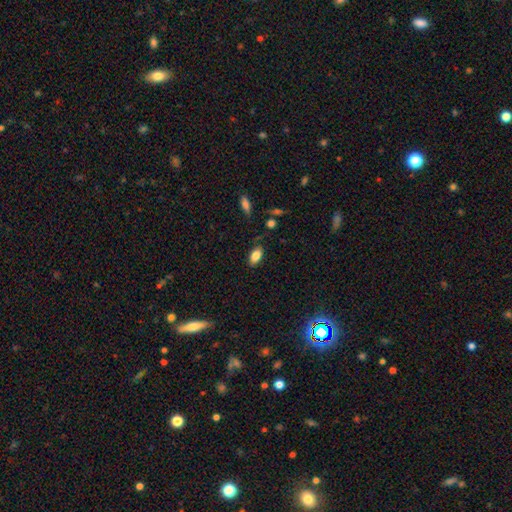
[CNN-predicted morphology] Smooth or featured: smooth — 83% (featured or disk — 9%)
How rounded: in between — 91% (round — 5%)
Merging: none — 82% (minor disturbance — 13%)